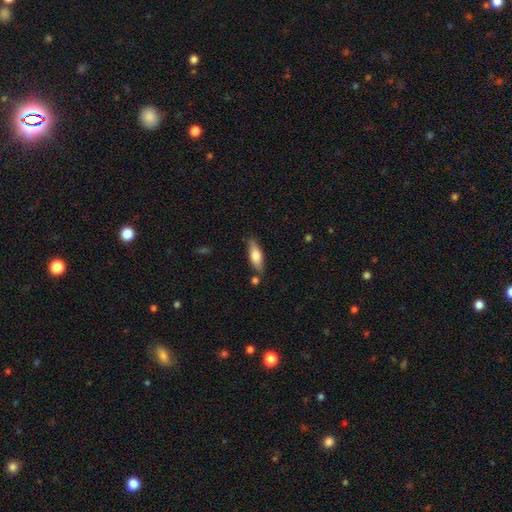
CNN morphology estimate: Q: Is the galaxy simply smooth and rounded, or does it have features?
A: smooth — 67%.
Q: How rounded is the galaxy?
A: in between — 55%.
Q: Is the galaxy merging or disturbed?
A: none — 76%.